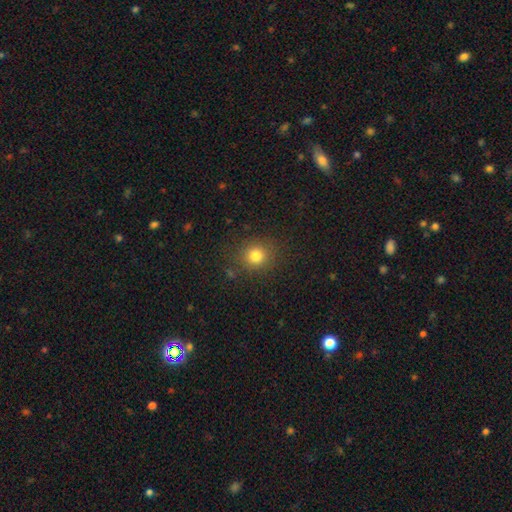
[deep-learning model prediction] Smooth or featured: smooth — 80% (star or artifact — 14%)
How rounded: round — 86% (in between — 13%)
Merging: none — 86% (minor disturbance — 9%)